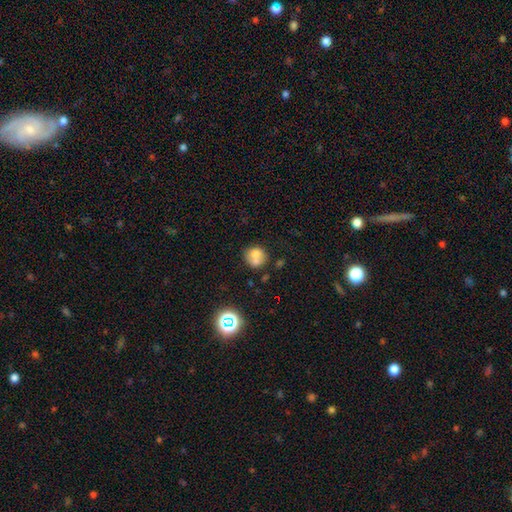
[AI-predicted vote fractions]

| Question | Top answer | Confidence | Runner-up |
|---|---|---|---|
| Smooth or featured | smooth | 66% | featured or disk (22%) |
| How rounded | round | 78% | in between (21%) |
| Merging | merger | 45% | none (40%) |